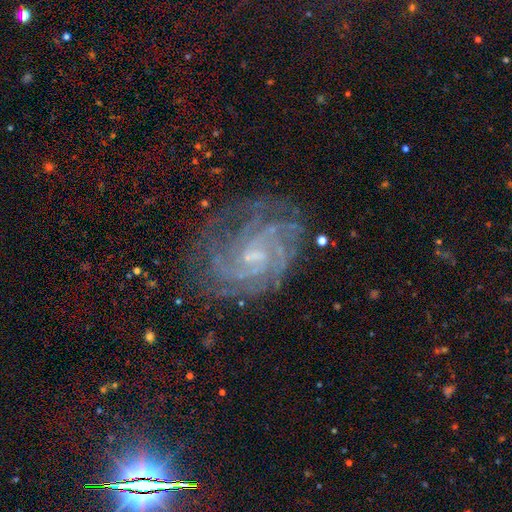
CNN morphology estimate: Q: Smooth or featured?
A: featured or disk (83%); runner-up: star or artifact (11%)
Q: Edge-on disk?
A: no (98%); runner-up: yes (2%)
Q: Bar?
A: weak (47%); runner-up: no (41%)
Q: Spiral arms?
A: yes (97%); runner-up: no (3%)
Q: Spiral winding?
A: tight (65%); runner-up: medium (29%)
Q: Spiral arm count?
A: can't tell (28%); runner-up: 3 (20%)
Q: Bulge size?
A: small (63%); runner-up: moderate (20%)
Q: Merging?
A: none (75%); runner-up: minor disturbance (16%)